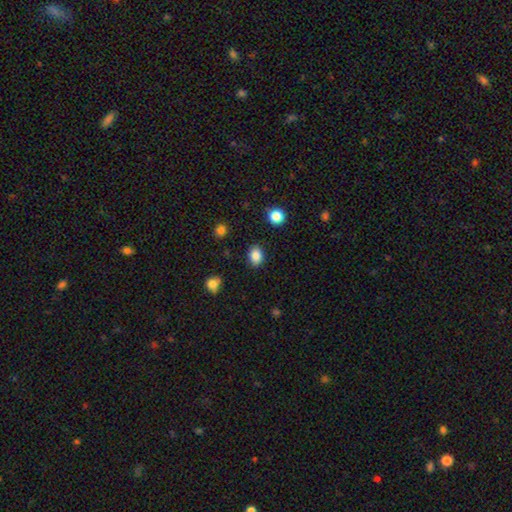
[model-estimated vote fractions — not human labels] smooth-or-featured: smooth: 86% | star or artifact: 10% | featured or disk: 4%
  how-rounded: in between: 61% | round: 38% | cigar-shaped: 1%
  merging: none: 87% | minor disturbance: 9% | major disturbance: 3% | merger: 2%